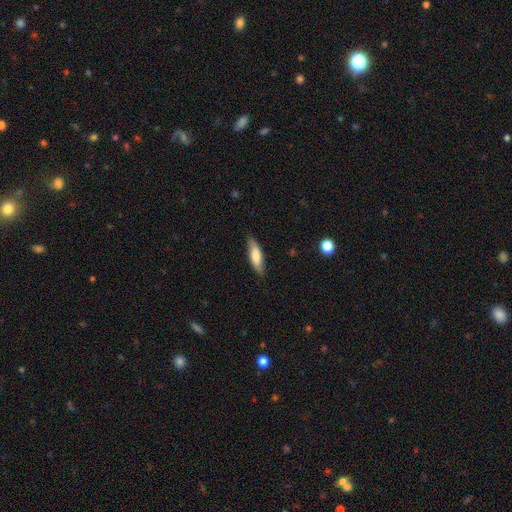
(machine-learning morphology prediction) A smooth galaxy with no disk features (71%) that is cigar-shaped (52%).

Vote fractions:
- Smooth or featured? smooth: 71% / featured or disk: 24% / star or artifact: 6%
- How rounded? cigar-shaped: 52% / in between: 46% / round: 2%
- Merging? none: 83% / minor disturbance: 14% / major disturbance: 2% / merger: 1%